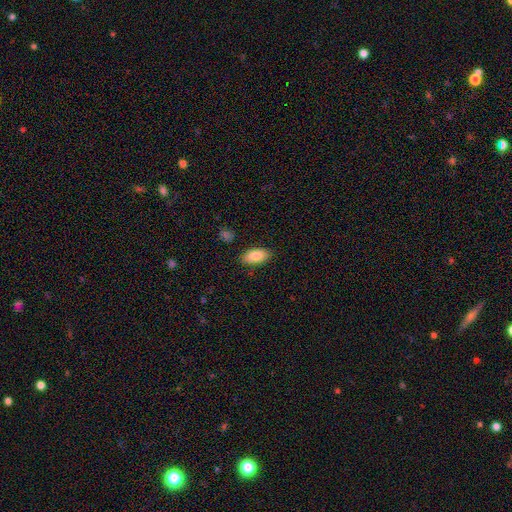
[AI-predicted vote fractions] A smooth galaxy with no disk features (86%) that is in between round and cigar-shaped (91%).

Vote fractions:
- Smooth or featured? smooth: 86% / featured or disk: 8% / star or artifact: 7%
- How rounded? in between: 91% / cigar-shaped: 6% / round: 3%
- Merging? none: 85% / minor disturbance: 11% / major disturbance: 2% / merger: 2%